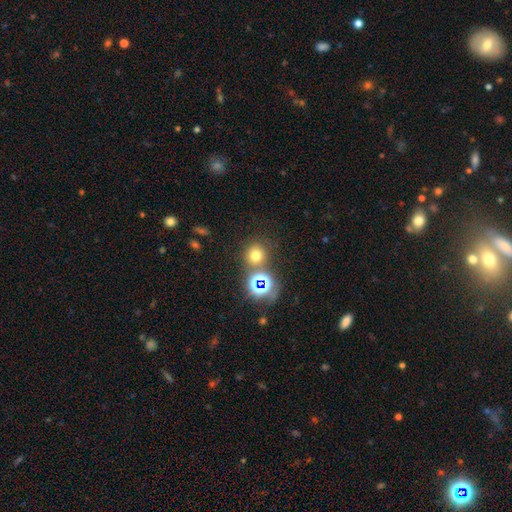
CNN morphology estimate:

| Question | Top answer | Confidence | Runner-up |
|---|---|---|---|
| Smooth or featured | smooth | 65% | star or artifact (27%) |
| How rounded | round | 88% | in between (11%) |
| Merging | none | 73% | merger (14%) |